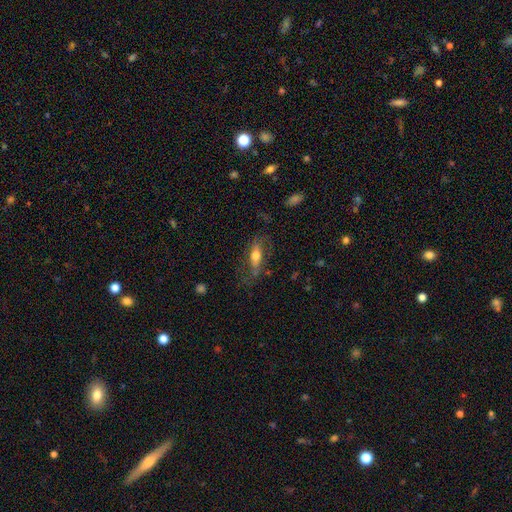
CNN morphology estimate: Smooth or featured: smooth — 50% (featured or disk — 42%)
How rounded: in between — 63% (cigar-shaped — 32%)
Merging: none — 59% (minor disturbance — 22%)